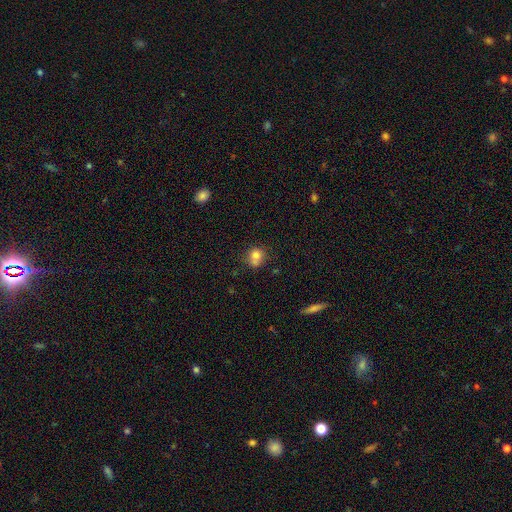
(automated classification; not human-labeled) Morphology: type=smooth (76%); roundness=round (73%); merging=none (50%).